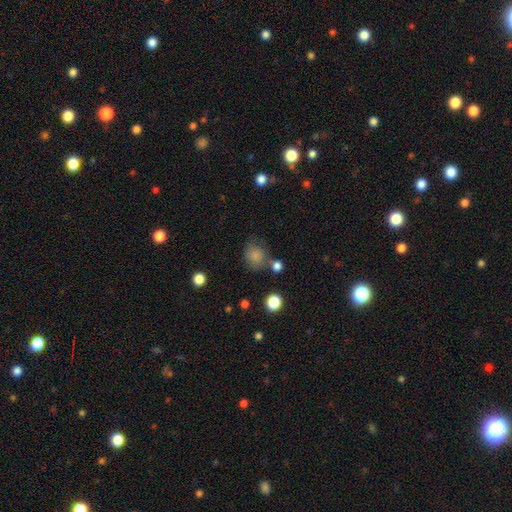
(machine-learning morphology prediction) type=smooth (81%); roundness=round (72%); merging=none (62%).